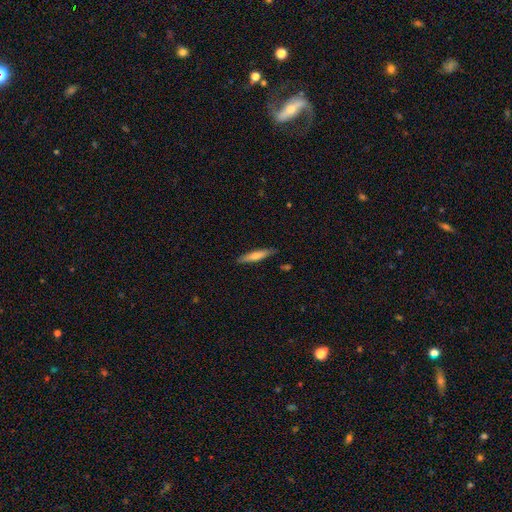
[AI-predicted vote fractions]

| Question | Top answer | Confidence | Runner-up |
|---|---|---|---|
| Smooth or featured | smooth | 62% | featured or disk (33%) |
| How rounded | cigar-shaped | 87% | in between (12%) |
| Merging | none | 85% | minor disturbance (11%) |